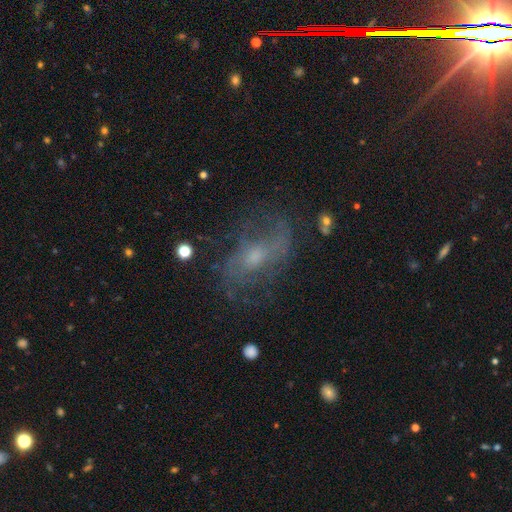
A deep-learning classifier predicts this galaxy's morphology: This appears to be a featured or disk galaxy (70%) with no bar (53%), 2 (64%) loose (51%) spiral arms (81%) and a small central bulge (44%). Merging: none (63%).